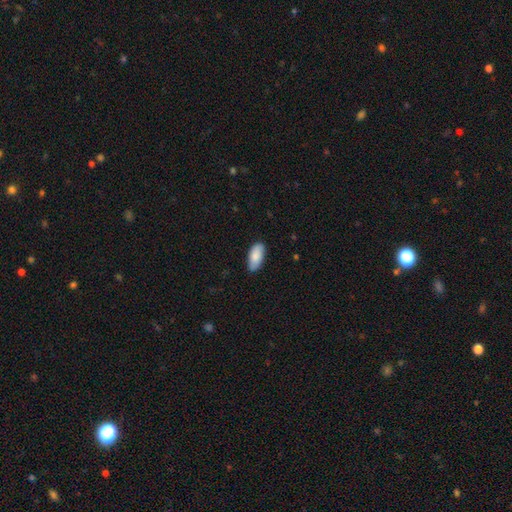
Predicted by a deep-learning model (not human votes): This appears to be a smooth galaxy with no disk features (86%) that is in between round and cigar-shaped (92%). Merging: none (85%).